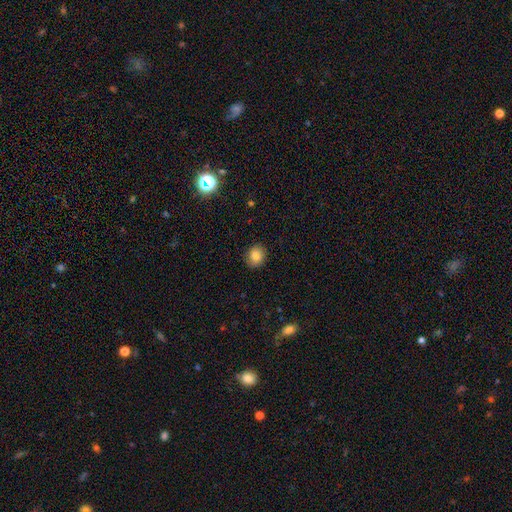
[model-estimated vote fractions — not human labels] smooth_or_featured: smooth (p=0.82) [alt: star or artifact p=0.10]
how_rounded: round (p=0.66) [alt: in between p=0.33]
merging: none (p=0.88) [alt: minor disturbance p=0.09]